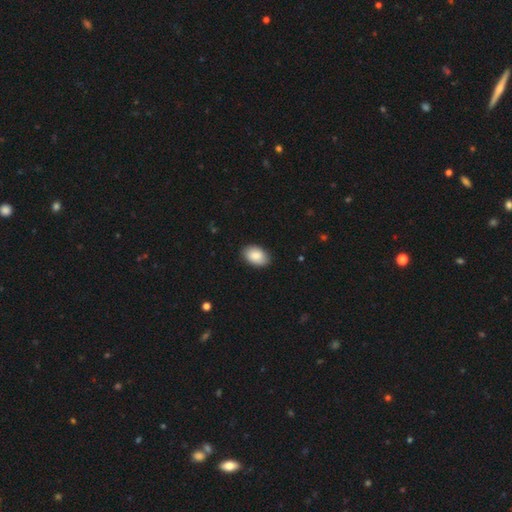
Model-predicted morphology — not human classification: Smooth or featured: smooth — 86% (featured or disk — 8%)
How rounded: in between — 90% (round — 9%)
Merging: none — 87% (minor disturbance — 10%)